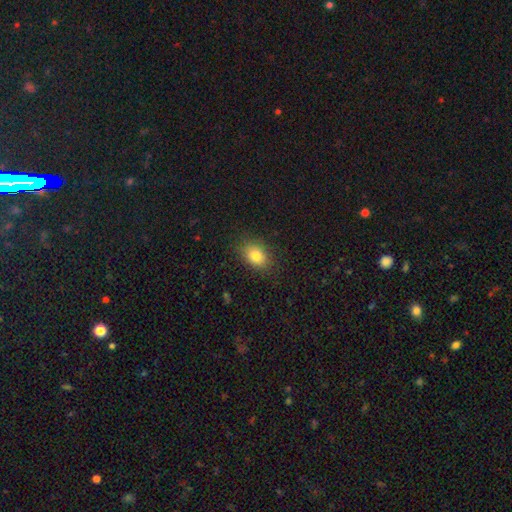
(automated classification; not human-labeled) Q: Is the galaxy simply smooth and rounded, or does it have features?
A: smooth — 82%.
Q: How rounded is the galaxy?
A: in between — 71%.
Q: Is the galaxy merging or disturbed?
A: none — 84%.